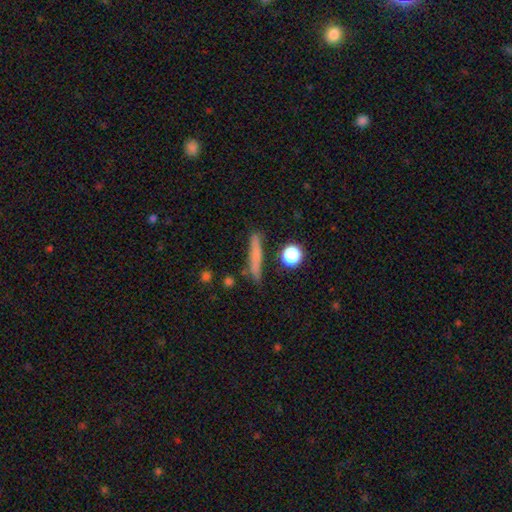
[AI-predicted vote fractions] This appears to be a smooth galaxy with no disk features (66%) that is cigar-shaped (88%). Merging: none (80%).